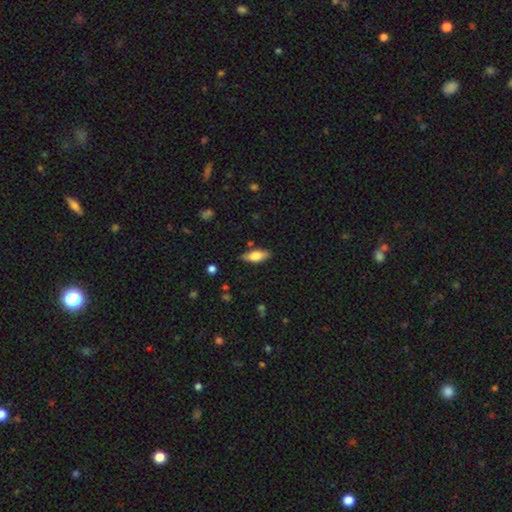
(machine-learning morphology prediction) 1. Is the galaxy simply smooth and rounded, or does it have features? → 72% smooth, 22% featured or disk, 6% star or artifact.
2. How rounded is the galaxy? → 78% in between, 19% cigar-shaped, 3% round.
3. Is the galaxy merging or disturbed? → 83% none, 13% minor disturbance, 2% major disturbance, 2% merger.